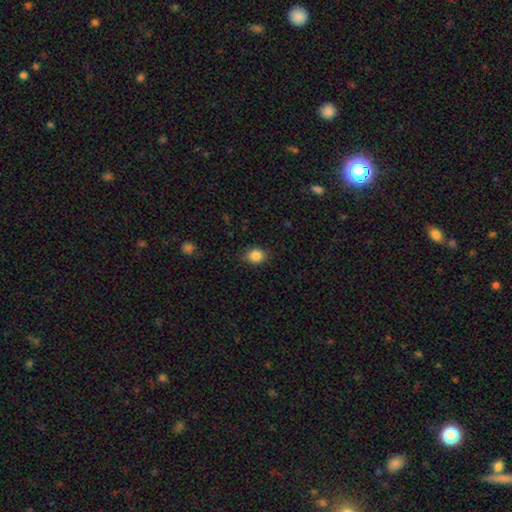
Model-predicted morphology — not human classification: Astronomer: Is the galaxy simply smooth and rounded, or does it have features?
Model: smooth — 86%.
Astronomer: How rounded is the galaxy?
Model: round — 53% (runner-up: in between, 46%).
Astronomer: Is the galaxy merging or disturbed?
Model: none — 85%.